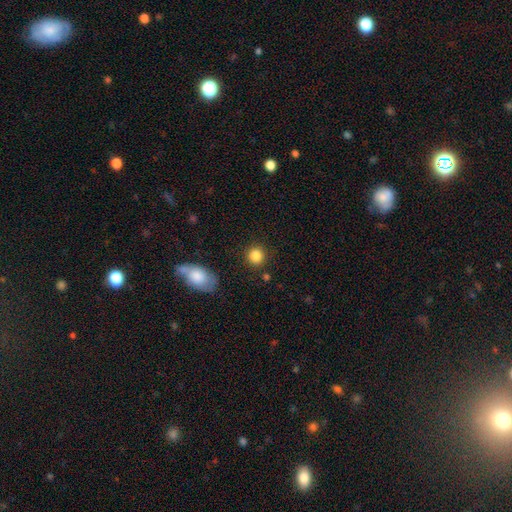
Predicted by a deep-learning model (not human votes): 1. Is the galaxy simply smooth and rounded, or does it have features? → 85% smooth, 10% star or artifact, 5% featured or disk.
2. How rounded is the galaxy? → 88% round, 11% in between, 1% cigar-shaped.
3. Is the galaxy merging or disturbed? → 87% none, 8% minor disturbance, 3% merger, 3% major disturbance.